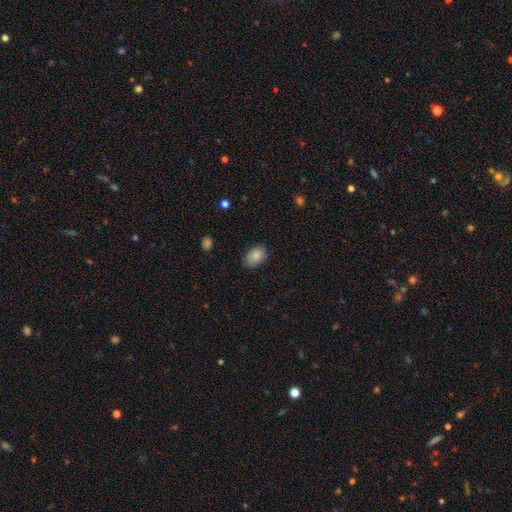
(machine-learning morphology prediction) A smooth galaxy with no disk features (86%) that is in between round and cigar-shaped (85%). Merging: none (79%).